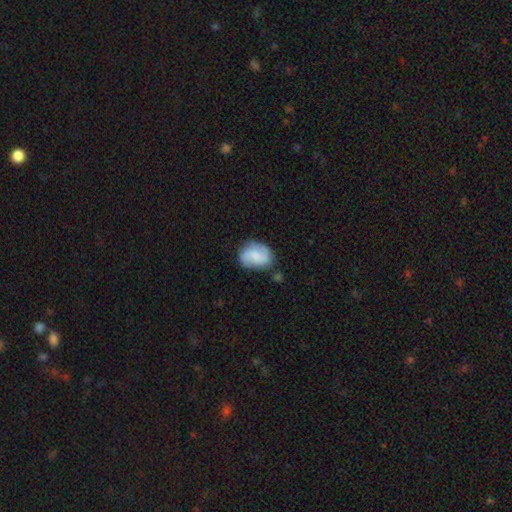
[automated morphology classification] Smooth or featured?
  - featured or disk: 51% *
  - smooth: 42%
  - star or artifact: 7%
Edge-on disk?
  - no: 97% *
  - yes: 3%
Merging?
  - none: 68% *
  - minor disturbance: 21%
  - major disturbance: 7%
  - merger: 4%